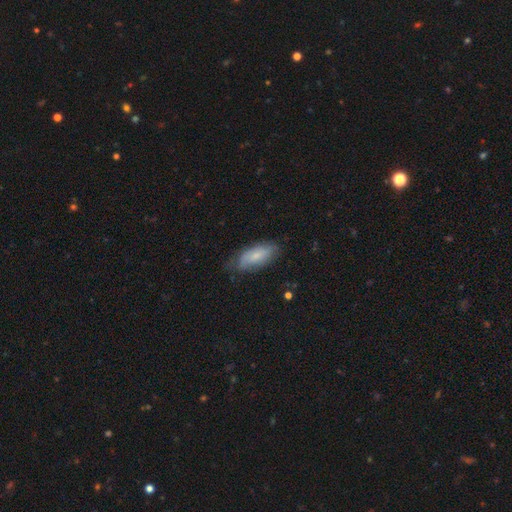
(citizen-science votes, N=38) Overall: smooth (63%; featured or disk 29%). How rounded: in between (67%). Merging: none (57%; minor disturbance 34%).